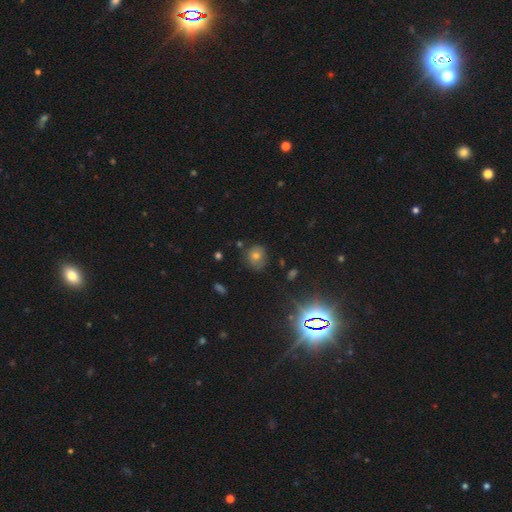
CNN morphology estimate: smooth 60%, star or artifact 22%, featured or disk 18%. Down the decision tree: how rounded — round (81%); merging — none (73%).